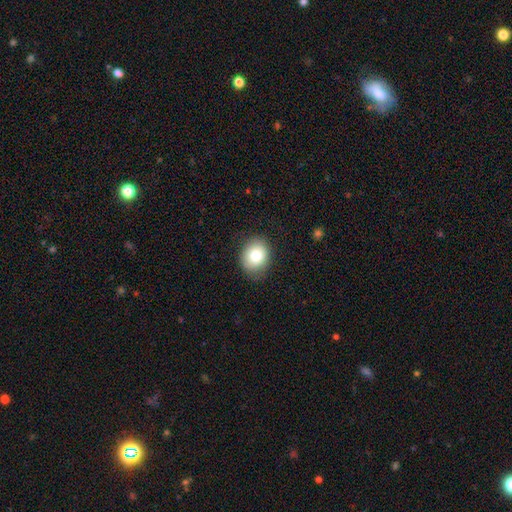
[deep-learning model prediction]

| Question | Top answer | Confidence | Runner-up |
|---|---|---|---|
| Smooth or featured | smooth | 80% | featured or disk (11%) |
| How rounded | round | 51% | in between (48%) |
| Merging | none | 82% | minor disturbance (13%) |